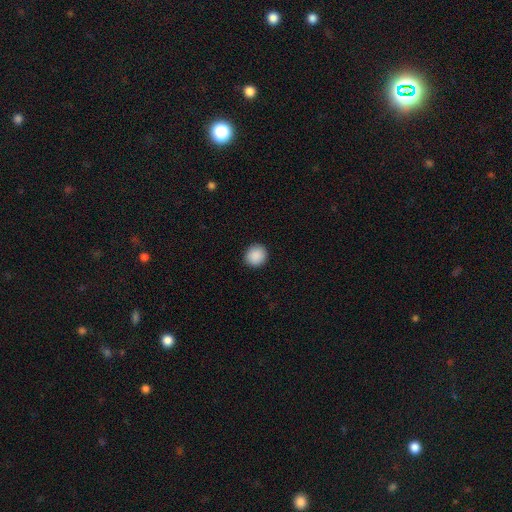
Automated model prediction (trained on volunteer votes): Morphology: type=smooth (90%); roundness=round (87%); merging=none (92%).